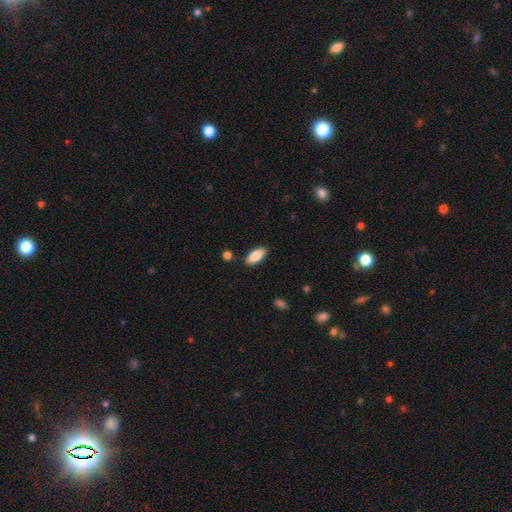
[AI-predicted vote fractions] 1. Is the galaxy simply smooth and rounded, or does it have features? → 85% smooth, 9% featured or disk, 6% star or artifact.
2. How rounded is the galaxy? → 82% in between, 16% cigar-shaped, 2% round.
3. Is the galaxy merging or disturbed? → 87% none, 9% minor disturbance, 2% major disturbance, 2% merger.